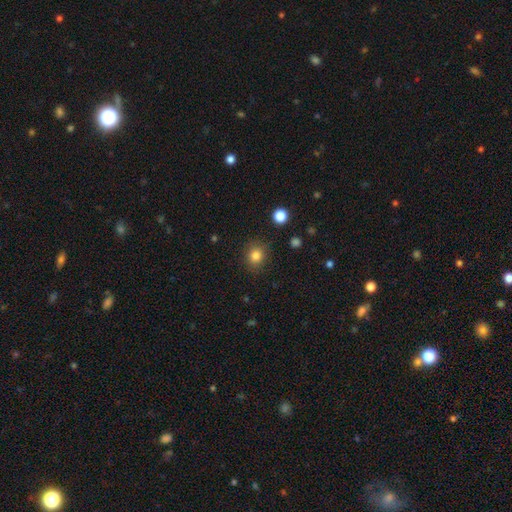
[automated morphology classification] This appears to be a smooth galaxy with no disk features (83%) that is round (73%). Merging: none (86%).